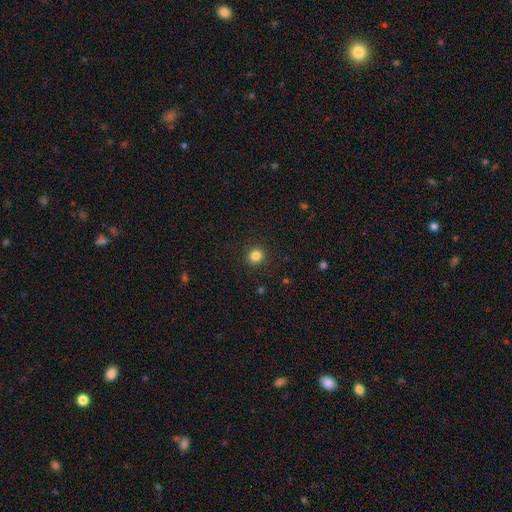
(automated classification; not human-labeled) smooth 83%, star or artifact 12%, featured or disk 5%. Down the decision tree: how rounded — round (92%); merging — none (92%).